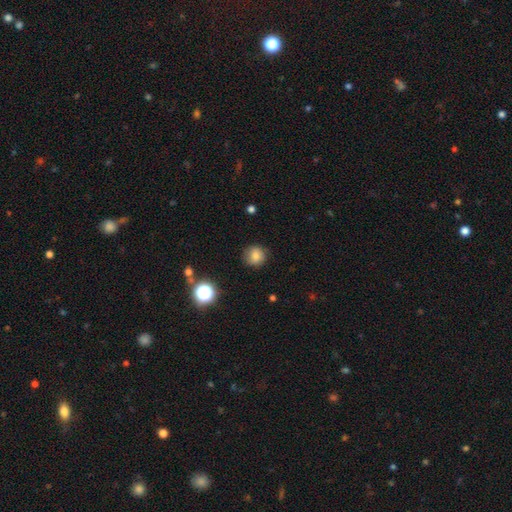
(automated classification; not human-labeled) A smooth galaxy with no disk features (79%) that is round (90%).

Vote fractions:
- Smooth or featured? smooth: 79% / star or artifact: 13% / featured or disk: 8%
- How rounded? round: 90% / in between: 9% / cigar-shaped: 1%
- Merging? none: 84% / minor disturbance: 12% / major disturbance: 3% / merger: 1%